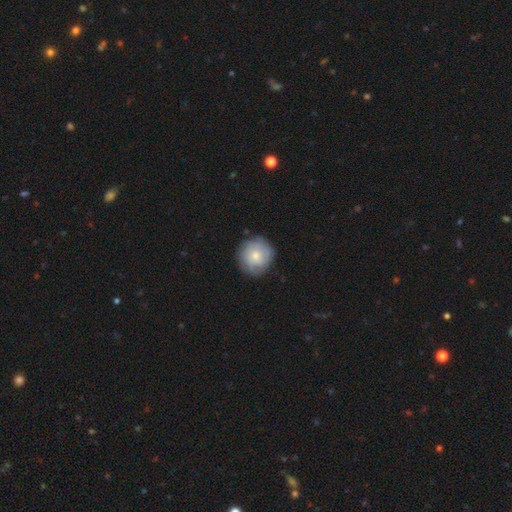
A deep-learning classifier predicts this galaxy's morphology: Overall: smooth (60%; featured or disk 33%). How rounded: round (92%). Merging: none (79%).